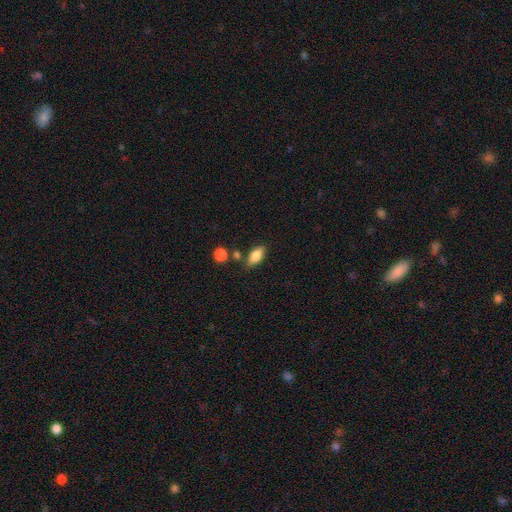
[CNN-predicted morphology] This appears to be a smooth galaxy with no disk features (79%) that is in between round and cigar-shaped (84%). Merging: none (77%).